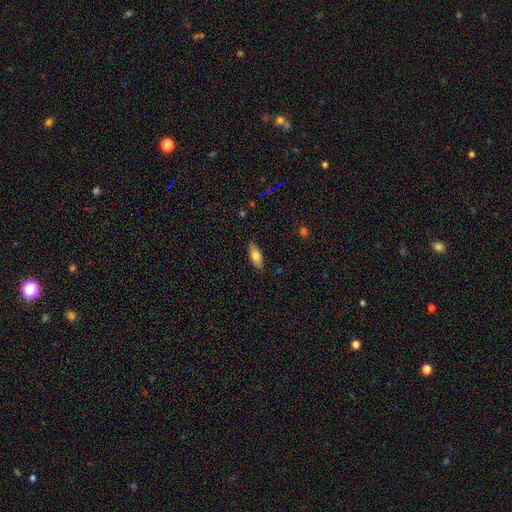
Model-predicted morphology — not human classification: This appears to be a smooth galaxy with no disk features (74%) that is in between round and cigar-shaped (78%). Merging: none (86%).